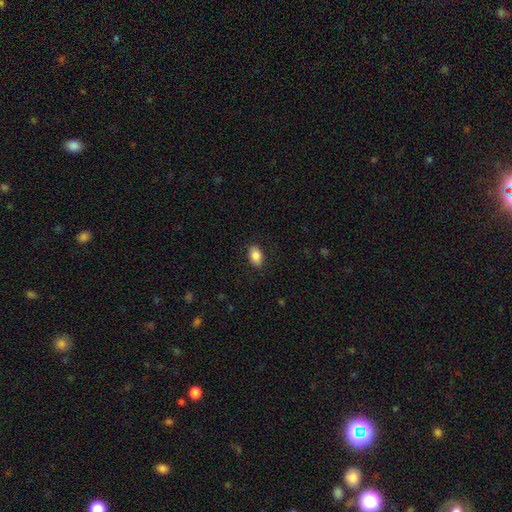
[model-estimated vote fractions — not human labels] smooth_or_featured: smooth (p=0.87) [alt: star or artifact p=0.07]
how_rounded: in between (p=0.90) [alt: round p=0.09]
merging: none (p=0.88) [alt: minor disturbance p=0.08]